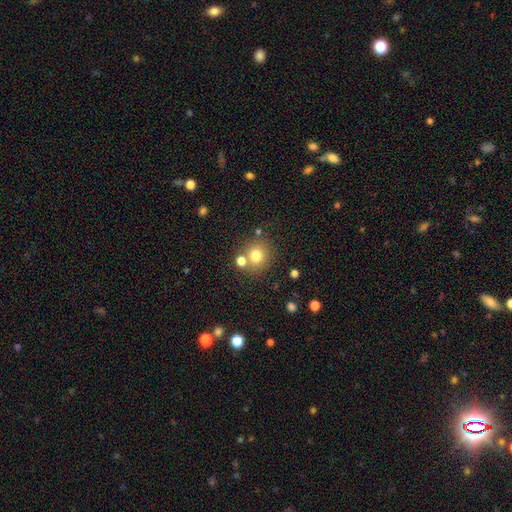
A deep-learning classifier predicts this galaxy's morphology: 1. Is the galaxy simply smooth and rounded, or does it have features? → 76% smooth, 14% star or artifact, 10% featured or disk.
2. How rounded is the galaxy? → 86% round, 13% in between, 1% cigar-shaped.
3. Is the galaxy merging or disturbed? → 71% none, 16% merger, 9% minor disturbance, 4% major disturbance.